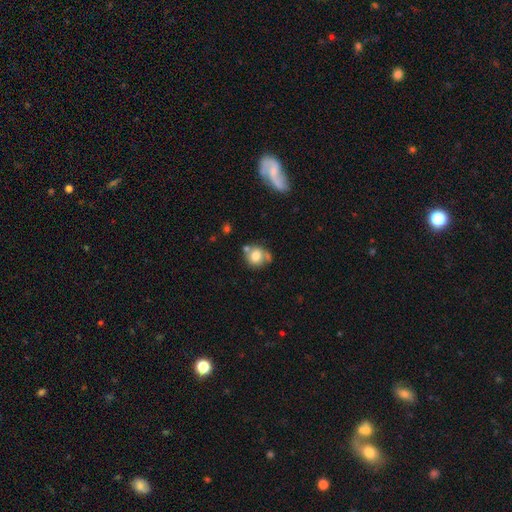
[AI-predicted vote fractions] A smooth galaxy with no disk features (73%) that is round (79%). Merging: none (54%).